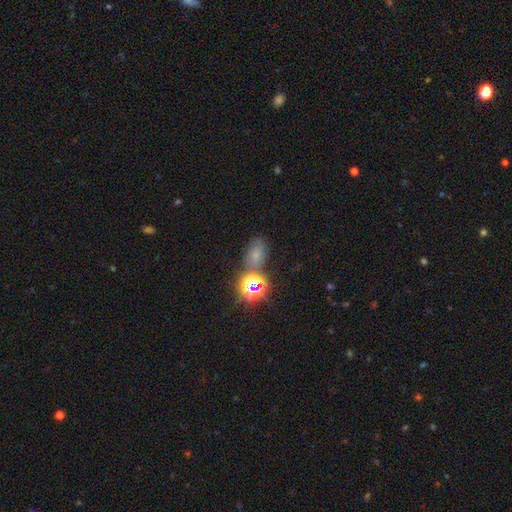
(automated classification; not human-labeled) A smooth galaxy with no disk features (44%).

Vote fractions:
- Smooth or featured? smooth: 44% / star or artifact: 38% / featured or disk: 18%
- Merging? none: 58% / minor disturbance: 19% / merger: 14% / major disturbance: 9%